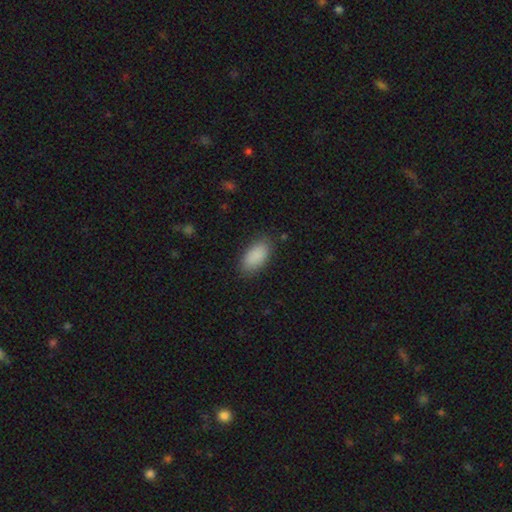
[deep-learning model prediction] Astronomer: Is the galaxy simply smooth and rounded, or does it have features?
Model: smooth — 90%.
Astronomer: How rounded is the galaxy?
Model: in between — 93%.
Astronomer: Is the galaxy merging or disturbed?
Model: none — 84%.